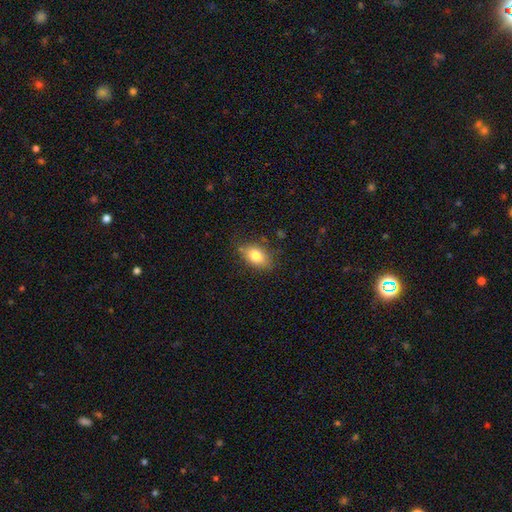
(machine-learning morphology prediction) type=smooth (81%); roundness=in between (85%); merging=none (73%).